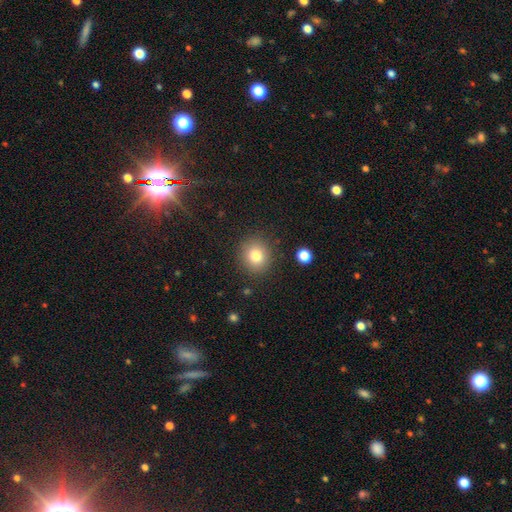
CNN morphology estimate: Smooth or featured: smooth — 81% (star or artifact — 11%)
How rounded: round — 87% (in between — 12%)
Merging: none — 87% (minor disturbance — 8%)